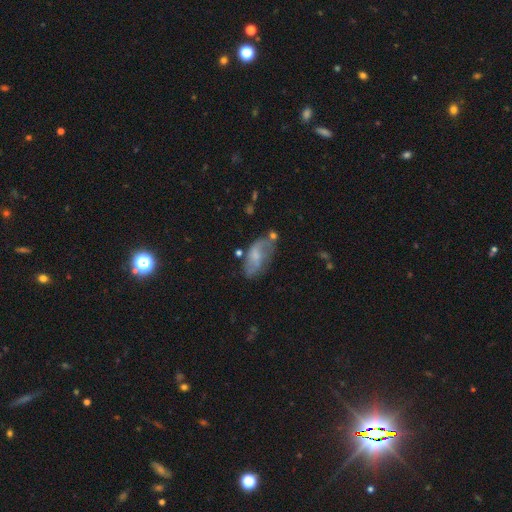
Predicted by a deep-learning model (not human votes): smooth_or_featured: featured or disk (p=0.54) [alt: smooth p=0.38]
disk_edge_on: no (p=0.93) [alt: yes p=0.07]
bar: no (p=0.54) [alt: weak p=0.39]
has_spiral_arms: yes (p=0.80) [alt: no p=0.20]
bulge_size: small (p=0.47) [alt: moderate p=0.28]
merging: none (p=0.56) [alt: minor disturbance p=0.25]